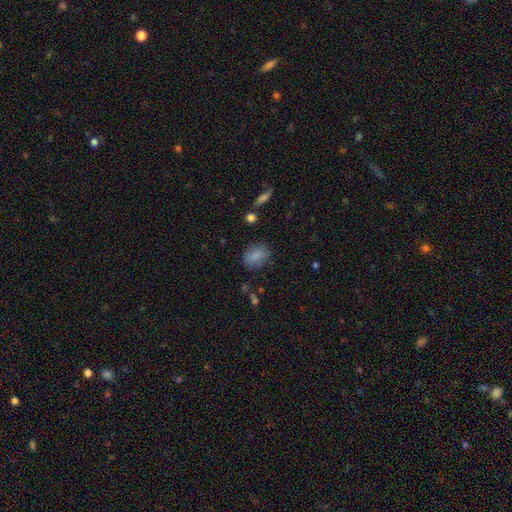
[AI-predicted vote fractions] The model was most divided on "how rounded": in between: 66%, round: 32%, cigar-shaped: 2%. More confident: smooth or featured — smooth (84%); merging — none (78%).